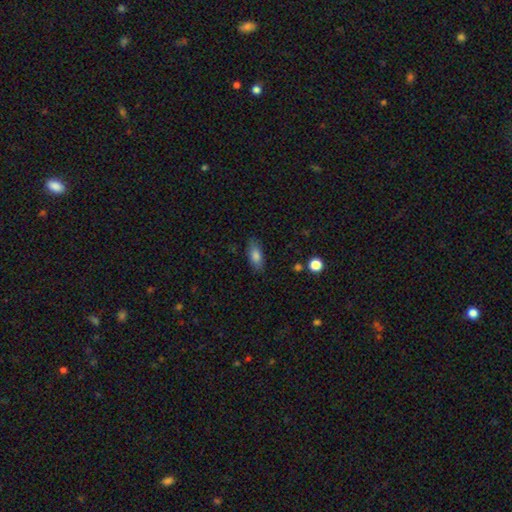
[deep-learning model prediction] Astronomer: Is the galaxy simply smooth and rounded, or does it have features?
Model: smooth — 79%.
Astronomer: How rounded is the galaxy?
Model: in between — 79%.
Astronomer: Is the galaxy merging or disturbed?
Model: none — 83%.